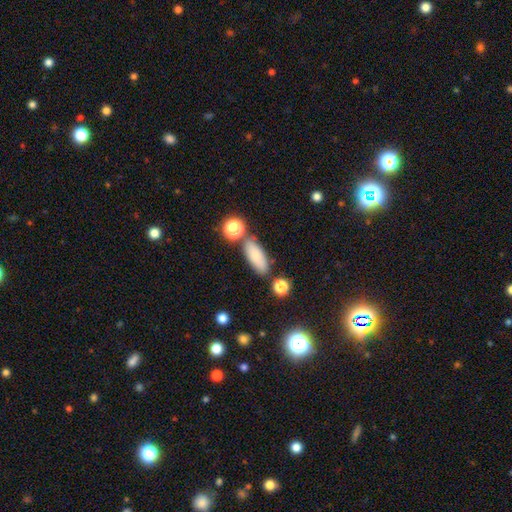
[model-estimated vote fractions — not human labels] A smooth galaxy with no disk features (80%) that is in between round and cigar-shaped (73%).

Vote fractions:
- Smooth or featured? smooth: 80% / featured or disk: 11% / star or artifact: 9%
- How rounded? in between: 73% / cigar-shaped: 23% / round: 4%
- Merging? none: 73% / minor disturbance: 14% / merger: 10% / major disturbance: 4%